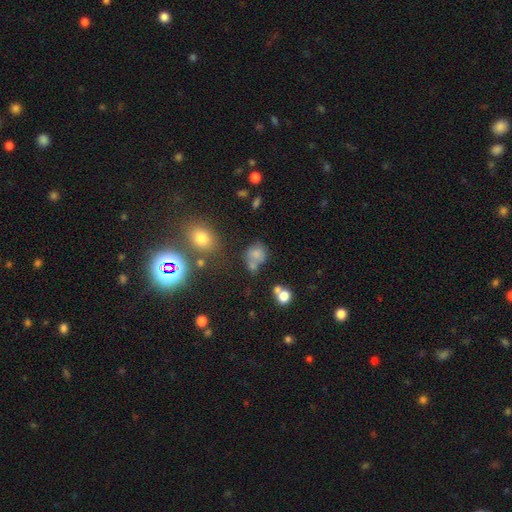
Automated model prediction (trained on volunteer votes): Q: Smooth or featured?
A: smooth (69%); runner-up: star or artifact (16%)
Q: How rounded?
A: round (62%); runner-up: in between (37%)
Q: Merging?
A: none (41%); runner-up: merger (31%)